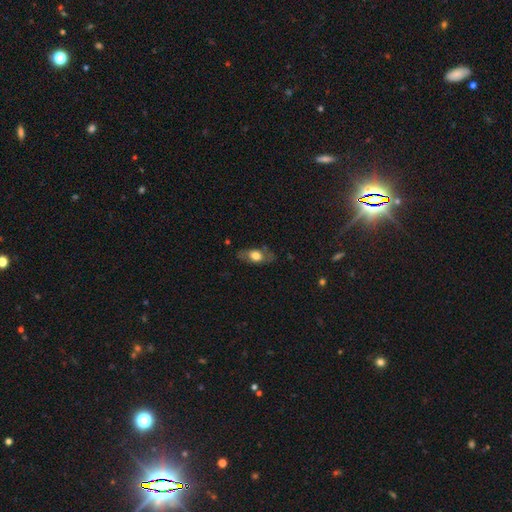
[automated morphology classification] This appears to be a smooth galaxy with no disk features (59%) that is in between round and cigar-shaped (79%). Merging: none (74%).